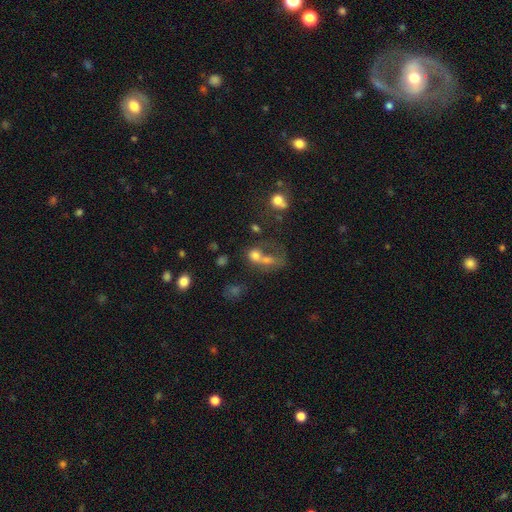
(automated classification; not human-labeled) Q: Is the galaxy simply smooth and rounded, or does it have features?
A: smooth — 63%.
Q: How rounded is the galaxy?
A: round — 51%.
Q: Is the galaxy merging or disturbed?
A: merger — 59%.